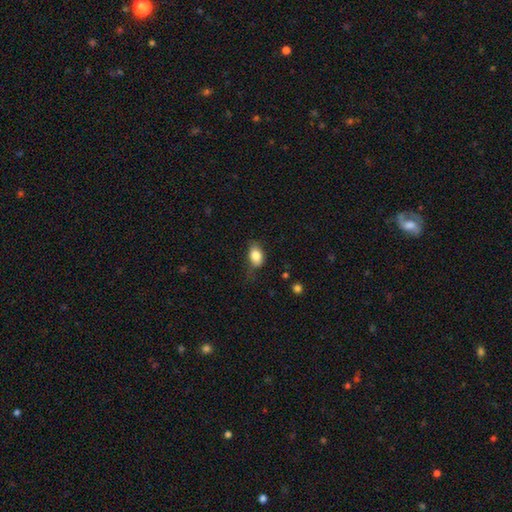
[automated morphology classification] The model was most divided on "merging": none: 60%, minor disturbance: 29%, major disturbance: 9%, merger: 2%. More confident: how rounded — in between (84%); smooth or featured — smooth (83%).